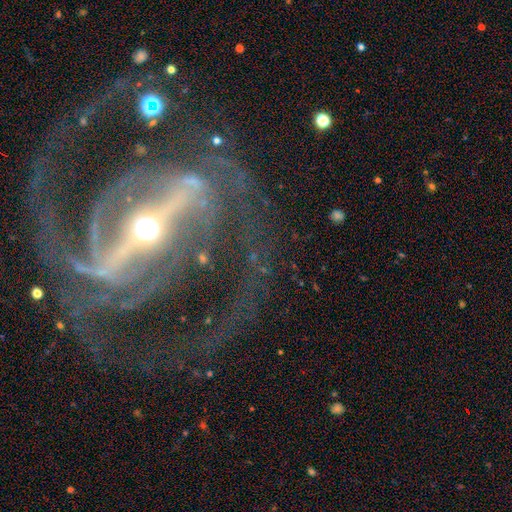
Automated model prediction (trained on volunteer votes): Morphology: type=featured or disk (92%); edge-on=no (94%); bar=strong (86%); spiral arms=yes (96%); winding=medium (52%); arm count=2 (71%); bulge=moderate (54%); merging=none (68%).